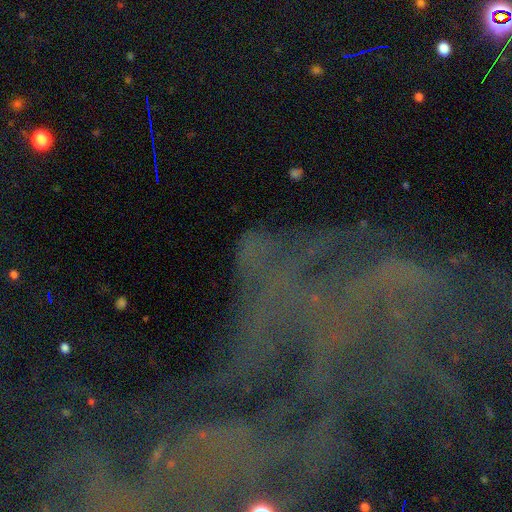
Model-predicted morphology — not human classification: This is possibly a star or artifact rather than a galaxy (59%).